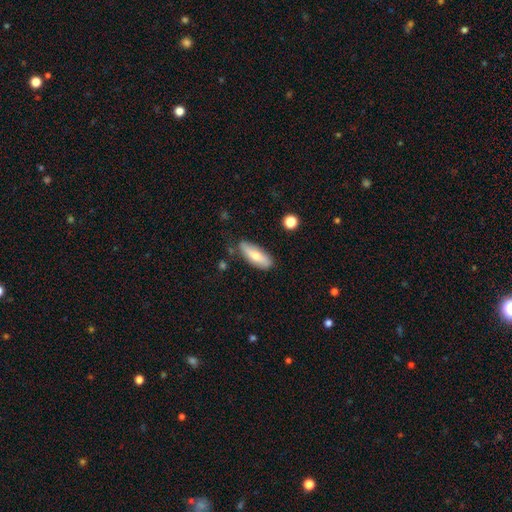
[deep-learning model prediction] A smooth galaxy with no disk features (69%) that is in between round and cigar-shaped (66%).

Vote fractions:
- Smooth or featured? smooth: 69% / featured or disk: 25% / star or artifact: 6%
- How rounded? in between: 66% / cigar-shaped: 32% / round: 2%
- Merging? none: 76% / minor disturbance: 18% / major disturbance: 4% / merger: 3%